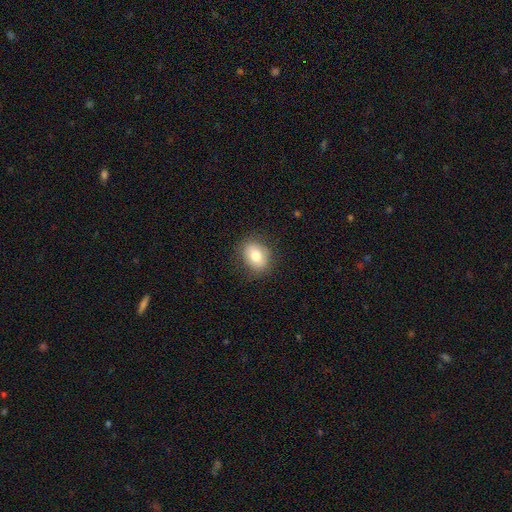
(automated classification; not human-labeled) Overall: smooth (79%). How rounded: in between (60%; round 39%). Merging: none (84%).